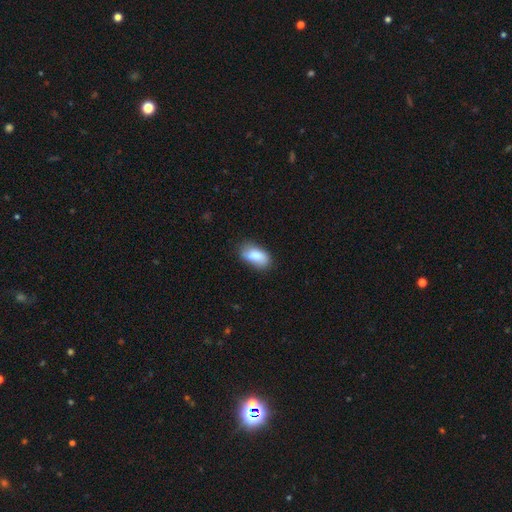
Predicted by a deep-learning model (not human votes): Smooth or featured? smooth (83%)
How rounded? in between (90%)
Merging? none (66%)